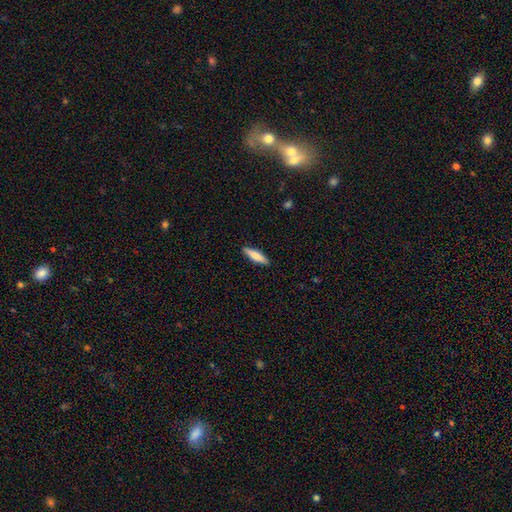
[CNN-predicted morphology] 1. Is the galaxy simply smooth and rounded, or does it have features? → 78% smooth, 17% featured or disk, 6% star or artifact.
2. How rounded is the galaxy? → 67% cigar-shaped, 31% in between, 2% round.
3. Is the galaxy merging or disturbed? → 88% none, 9% minor disturbance, 2% major disturbance, 1% merger.